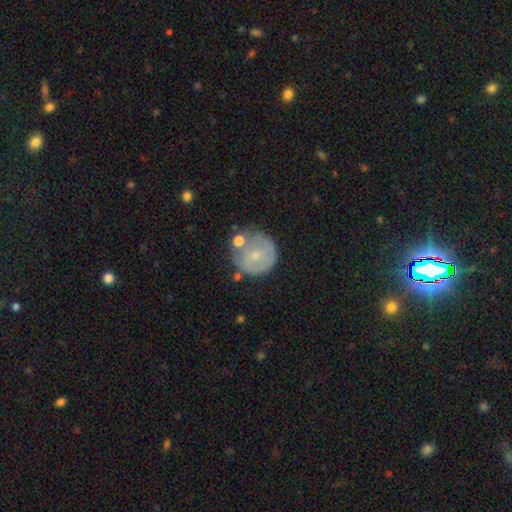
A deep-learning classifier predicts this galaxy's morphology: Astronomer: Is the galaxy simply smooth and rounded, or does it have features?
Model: smooth — 52% (runner-up: featured or disk, 39%).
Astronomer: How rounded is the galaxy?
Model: round — 91%.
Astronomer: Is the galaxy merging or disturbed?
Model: none — 57%.